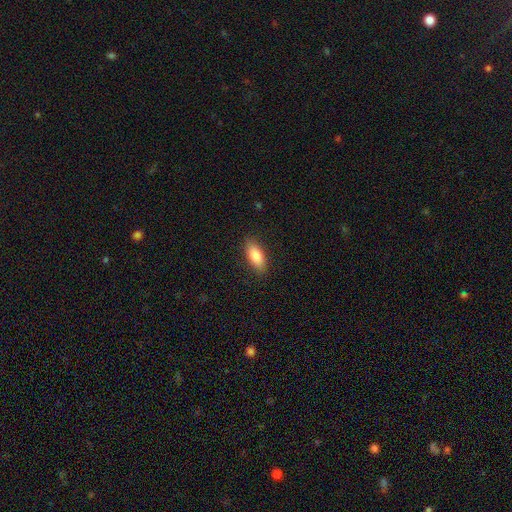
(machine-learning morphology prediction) A smooth galaxy with no disk features (85%) that is in between round and cigar-shaped (81%). Merging: none (86%).